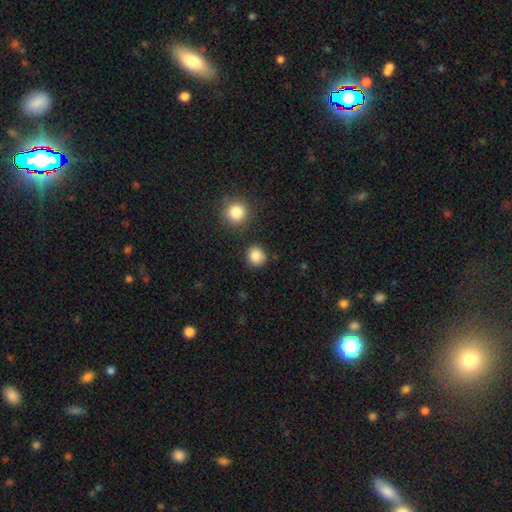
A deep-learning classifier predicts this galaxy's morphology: This is clearly a smooth galaxy (86%). How rounded: clearly round (89%). Merging: clearly none (85%).